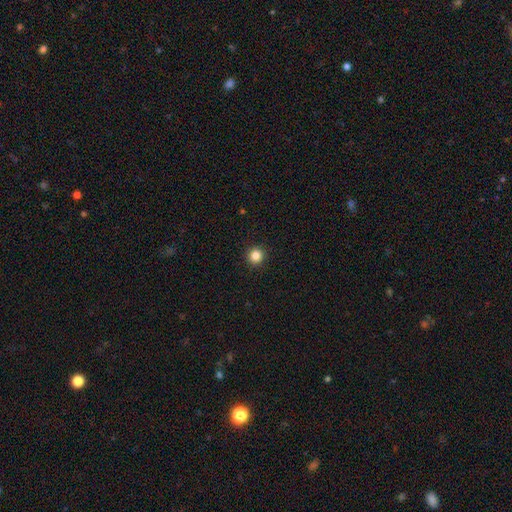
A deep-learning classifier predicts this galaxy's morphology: Smooth or featured?
  - smooth: 85% *
  - star or artifact: 11%
  - featured or disk: 4%
How rounded?
  - round: 95% *
  - in between: 4%
  - cigar-shaped: 1%
Merging?
  - none: 93% *
  - minor disturbance: 4%
  - major disturbance: 2%
  - merger: 1%